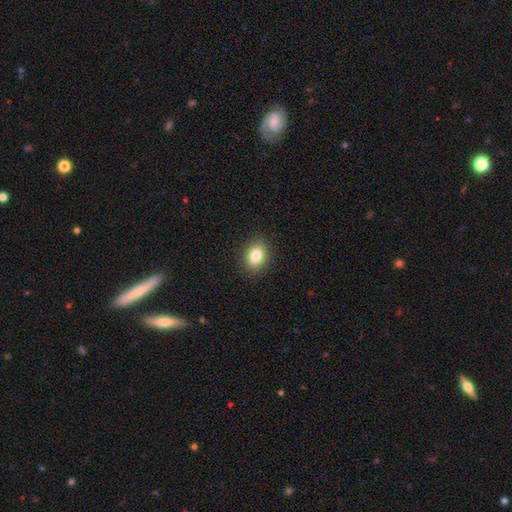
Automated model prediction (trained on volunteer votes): Overall: smooth (83%). How rounded: in between (60%; round 39%). Merging: none (90%).